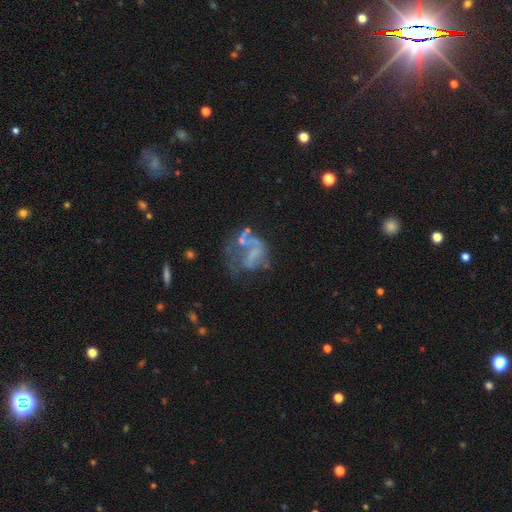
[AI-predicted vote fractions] This is possibly a featured or disk galaxy (51%). It is clearly not viewed edge-on (96%). Merging: marginally major disturbance (36%).